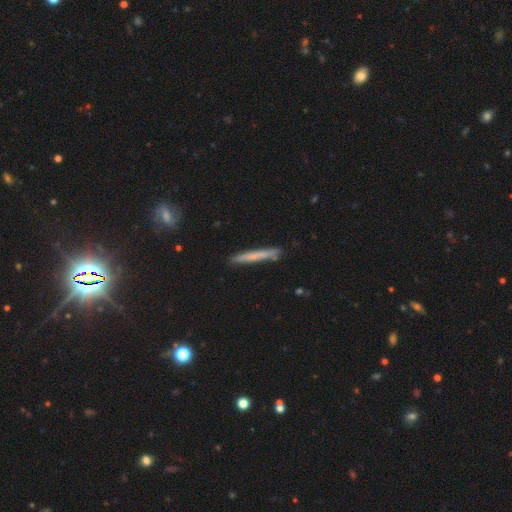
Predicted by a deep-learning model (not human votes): Q: Smooth or featured?
A: smooth (63%); runner-up: featured or disk (31%)
Q: How rounded?
A: cigar-shaped (97%); runner-up: in between (2%)
Q: Merging?
A: none (87%); runner-up: minor disturbance (10%)